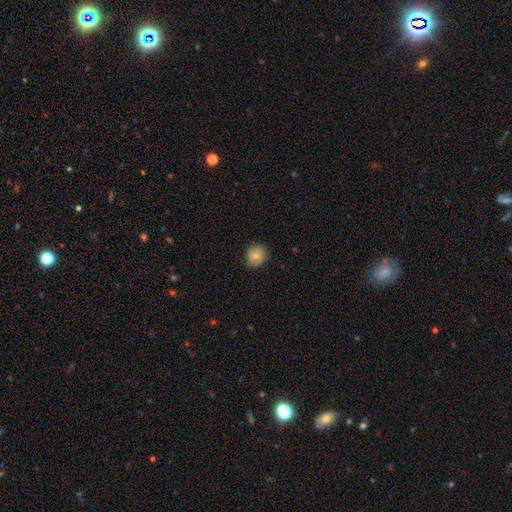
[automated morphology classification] smooth_or_featured: smooth (p=0.80) [alt: featured or disk p=0.11]
how_rounded: round (p=0.84) [alt: in between p=0.15]
merging: none (p=0.81) [alt: minor disturbance p=0.15]